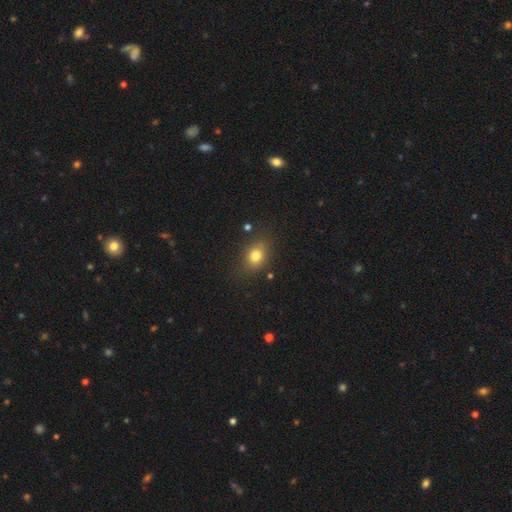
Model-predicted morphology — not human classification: A smooth galaxy with no disk features (78%) that is in between round and cigar-shaped (56%).

Vote fractions:
- Smooth or featured? smooth: 78% / star or artifact: 12% / featured or disk: 10%
- How rounded? in between: 56% / round: 42% / cigar-shaped: 2%
- Merging? none: 79% / minor disturbance: 14% / major disturbance: 4% / merger: 3%